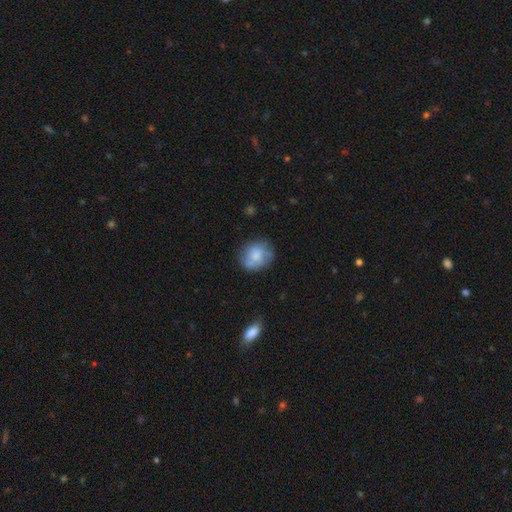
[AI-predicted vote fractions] Overall: smooth (67%). How rounded: round (67%; in between 32%). Merging: none (64%).